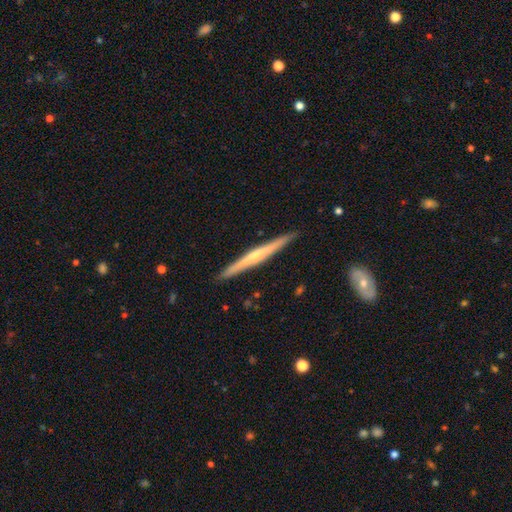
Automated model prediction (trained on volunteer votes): A featured or disk galaxy (69%) viewed edge-on (98%) with a rounded central bulge (62%). Merging: none (91%).